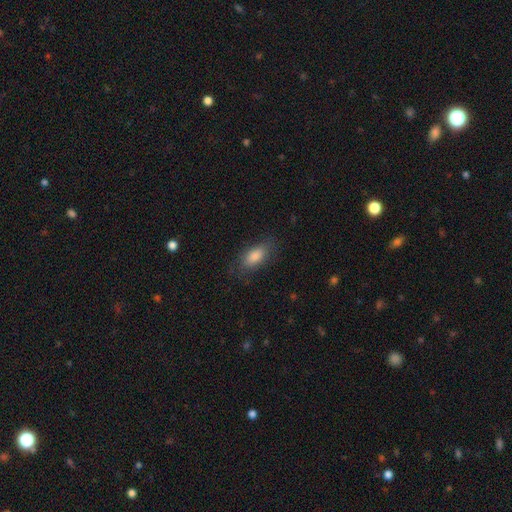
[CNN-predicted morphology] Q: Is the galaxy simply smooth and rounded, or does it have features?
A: smooth — 83%.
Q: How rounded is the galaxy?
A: in between — 84%.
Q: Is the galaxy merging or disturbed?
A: none — 79%.